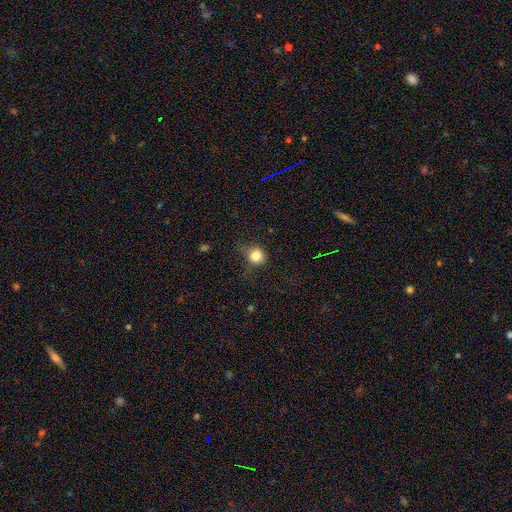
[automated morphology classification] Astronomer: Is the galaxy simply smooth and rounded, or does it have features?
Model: smooth — 81%.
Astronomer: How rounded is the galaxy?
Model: round — 77%.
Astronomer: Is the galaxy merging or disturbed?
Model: none — 62%.